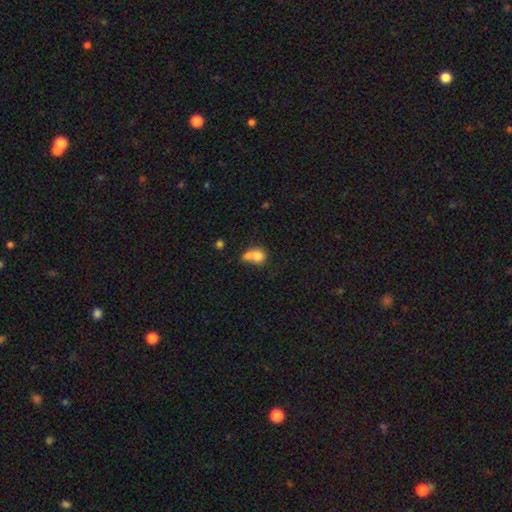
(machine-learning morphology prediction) type=smooth (75%); roundness=round (67%); merging=merger (62%).